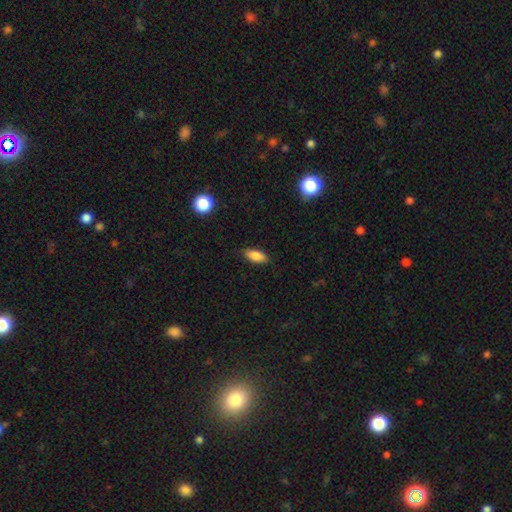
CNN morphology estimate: This appears to be a smooth galaxy with no disk features (86%) that is in between round and cigar-shaped (85%). Merging: none (83%).